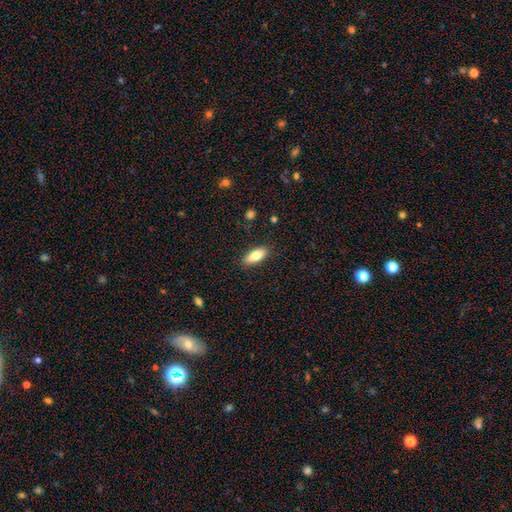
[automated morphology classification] Overall: smooth (80%). How rounded: in between (78%). Merging: none (87%).